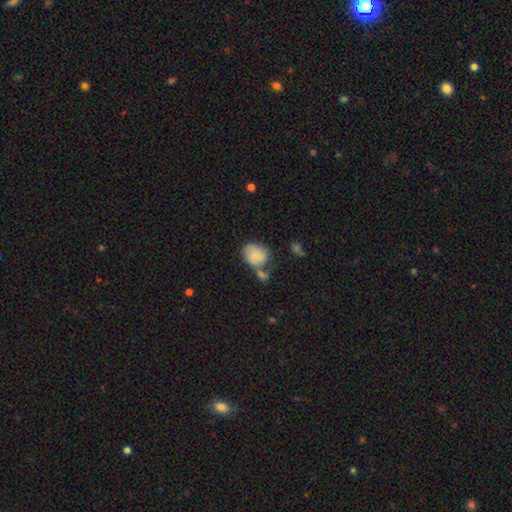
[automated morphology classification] A smooth galaxy with no disk features (80%) that is round (53%).

Vote fractions:
- Smooth or featured? smooth: 80% / featured or disk: 13% / star or artifact: 8%
- How rounded? round: 53% / in between: 46% / cigar-shaped: 1%
- Merging? none: 41% / merger: 33% / minor disturbance: 19% / major disturbance: 8%